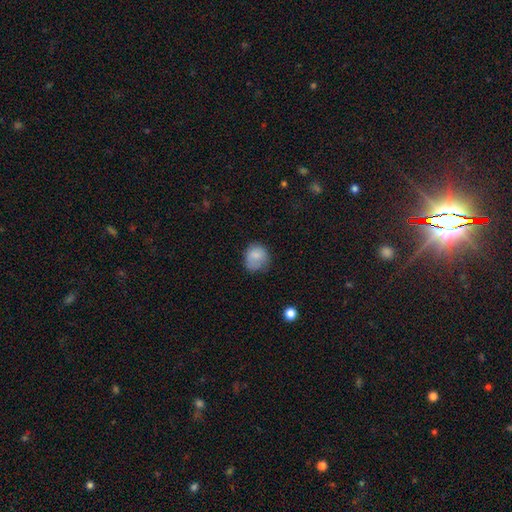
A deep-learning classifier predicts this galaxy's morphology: This appears to be a smooth galaxy with no disk features (81%) that is round (73%). Merging: none (56%).